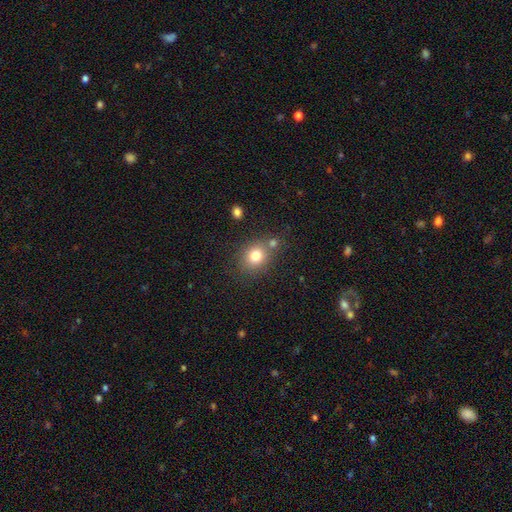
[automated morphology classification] This is likely a smooth galaxy (78%). How rounded: likely round (67%). Merging: likely none (66%).